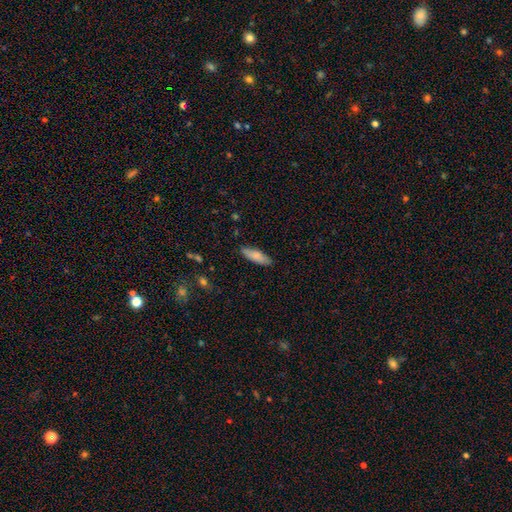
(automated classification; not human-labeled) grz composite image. It shows a smooth galaxy with no disk features (83%) that is cigar-shaped (54%). Merging: none (86%).